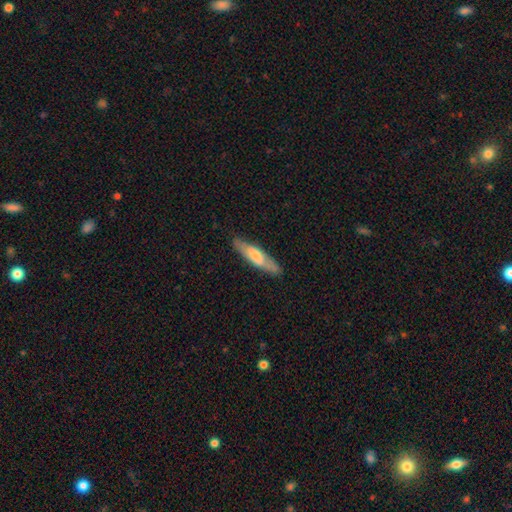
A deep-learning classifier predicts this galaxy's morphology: smooth-or-featured: smooth: 56% | featured or disk: 38% | star or artifact: 6%
  how-rounded: cigar-shaped: 77% | in between: 22% | round: 1%
  merging: none: 80% | minor disturbance: 15% | major disturbance: 3% | merger: 2%